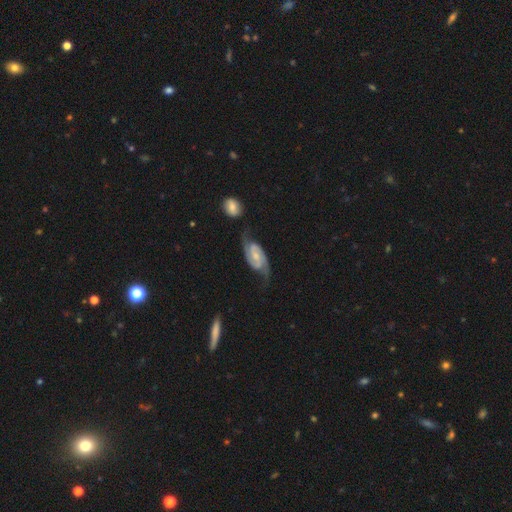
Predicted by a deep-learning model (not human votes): This appears to be a featured or disk galaxy (88%) with a weak bar (49%), 2 (93%) medium (53%) spiral arms (98%) and a small central bulge (52%). Merging: none (68%).